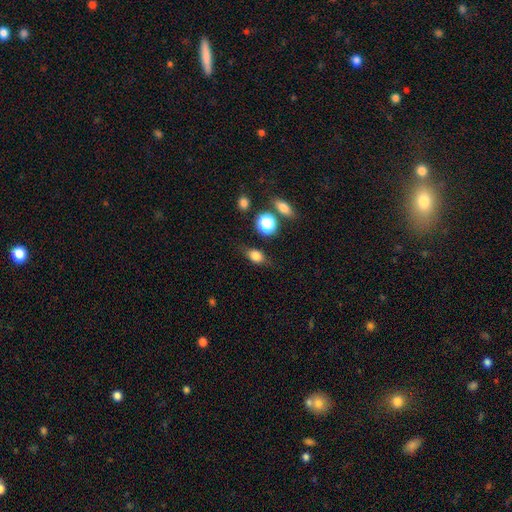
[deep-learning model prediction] Smooth or featured? smooth (78%)
How rounded? in between (68%)
Merging? none (71%)